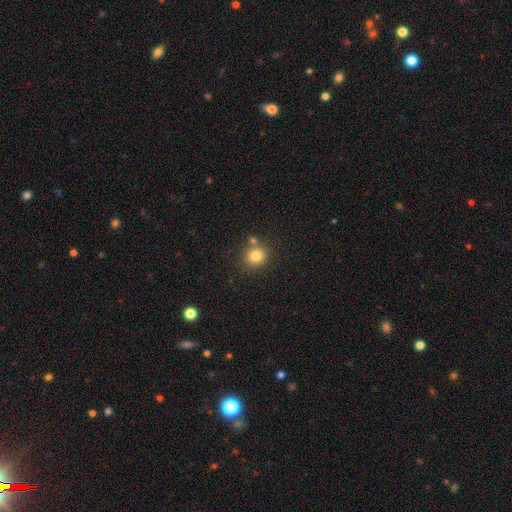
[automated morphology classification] Q: Smooth or featured?
A: smooth (81%); runner-up: star or artifact (12%)
Q: How rounded?
A: round (85%); runner-up: in between (14%)
Q: Merging?
A: none (72%); runner-up: merger (15%)